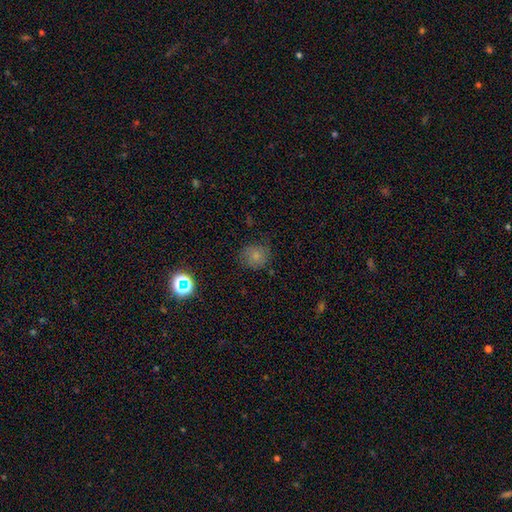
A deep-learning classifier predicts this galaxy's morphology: type=smooth (72%); roundness=round (84%); merging=none (73%).